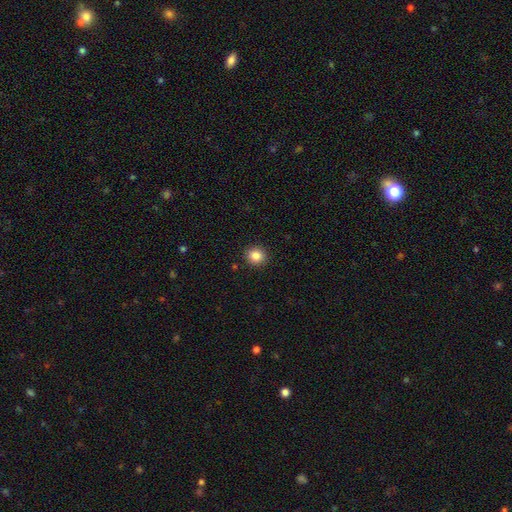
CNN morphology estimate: The model was most divided on "how rounded": round: 86%, in between: 13%, cigar-shaped: 1%. More confident: merging — none (92%); smooth or featured — smooth (85%).